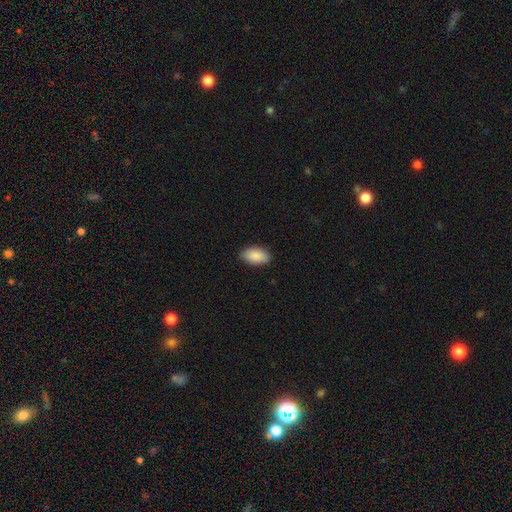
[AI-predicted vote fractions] A smooth galaxy with no disk features (90%) that is in between round and cigar-shaped (94%).

Vote fractions:
- Smooth or featured? smooth: 90% / star or artifact: 6% / featured or disk: 4%
- How rounded? in between: 94% / round: 4% / cigar-shaped: 2%
- Merging? none: 85% / minor disturbance: 11% / major disturbance: 2% / merger: 1%